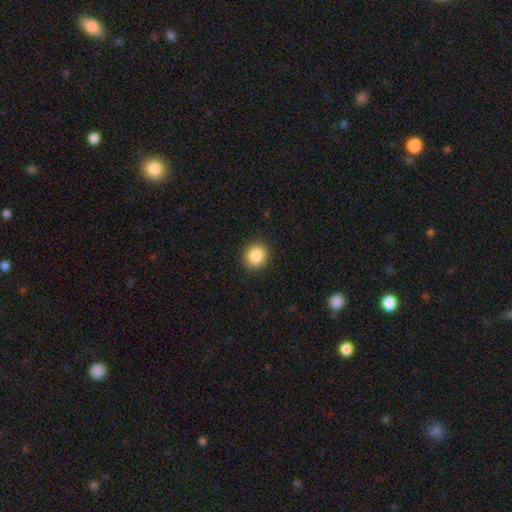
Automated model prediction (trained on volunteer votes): Overall: smooth (88%). How rounded: round (86%). Merging: none (91%).